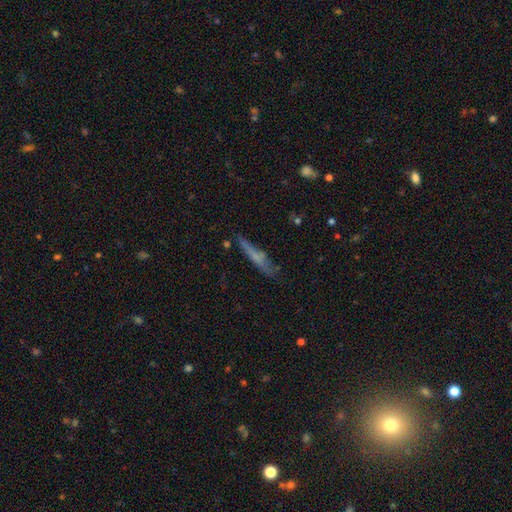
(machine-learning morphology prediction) type=smooth (55%); roundness=cigar-shaped (90%); merging=none (67%).